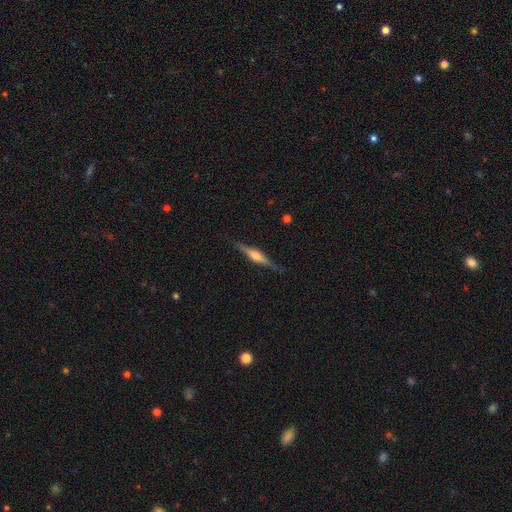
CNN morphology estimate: Smooth or featured: featured or disk — 72% (smooth — 22%)
Edge-on disk: yes — 98% (no — 2%)
Edge-on bulge: rounded — 80% (boxy — 15%)
Merging: none — 87% (minor disturbance — 10%)